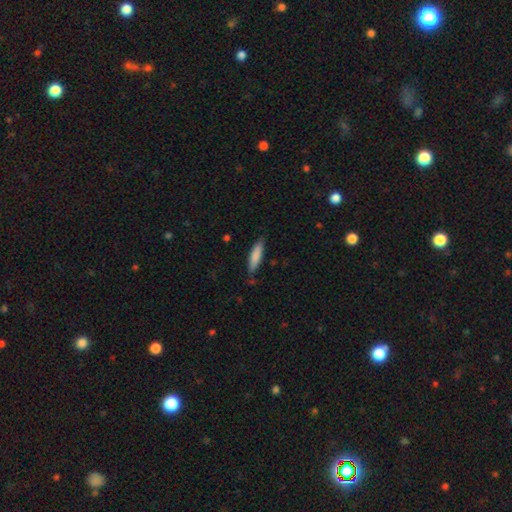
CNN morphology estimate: A smooth galaxy with no disk features (82%) that is cigar-shaped (72%).

Vote fractions:
- Smooth or featured? smooth: 82% / featured or disk: 12% / star or artifact: 6%
- How rounded? cigar-shaped: 72% / in between: 27% / round: 1%
- Merging? none: 81% / minor disturbance: 15% / major disturbance: 2% / merger: 2%